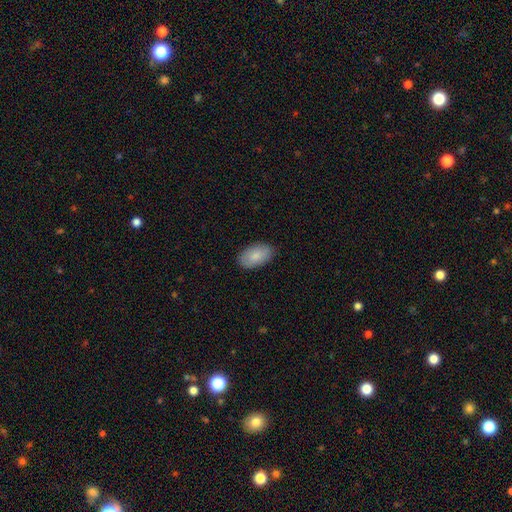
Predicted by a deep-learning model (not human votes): Smooth or featured: smooth — 85% (featured or disk — 9%)
How rounded: in between — 95% (round — 3%)
Merging: none — 86% (minor disturbance — 11%)